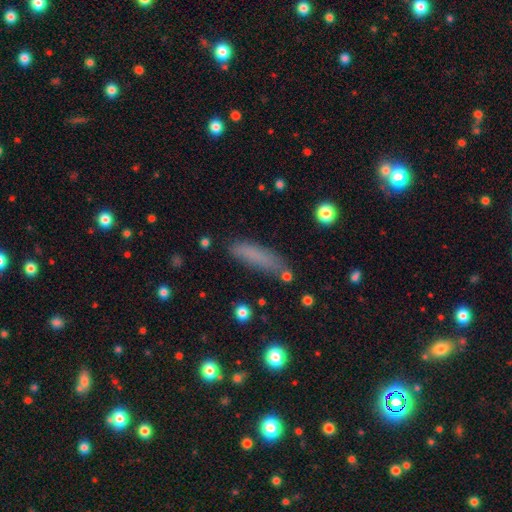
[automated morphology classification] smooth_or_featured: smooth (p=0.78) [alt: featured or disk p=0.11]
how_rounded: cigar-shaped (p=0.76) [alt: in between p=0.21]
merging: none (p=0.78) [alt: minor disturbance p=0.15]